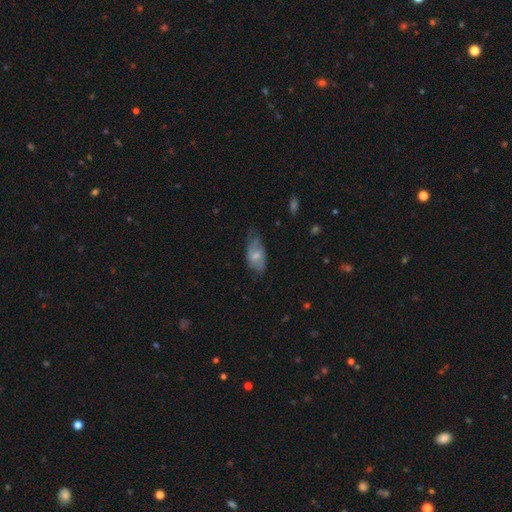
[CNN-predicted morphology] smooth 60%, featured or disk 33%, star or artifact 7%. Down the decision tree: how rounded — in between (91%); merging — none (46%).